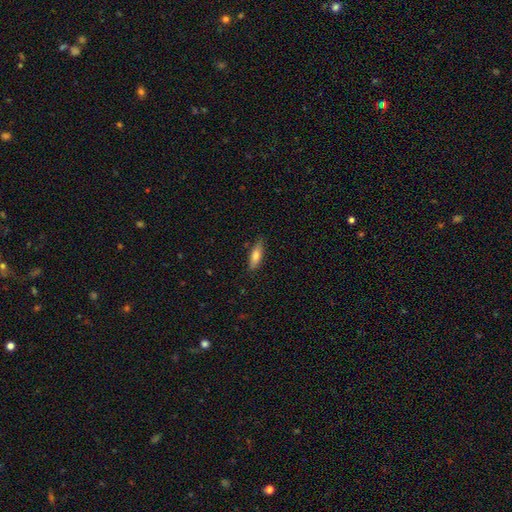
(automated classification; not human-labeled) Morphology: type=smooth (70%); roundness=in between (51%); merging=none (82%).